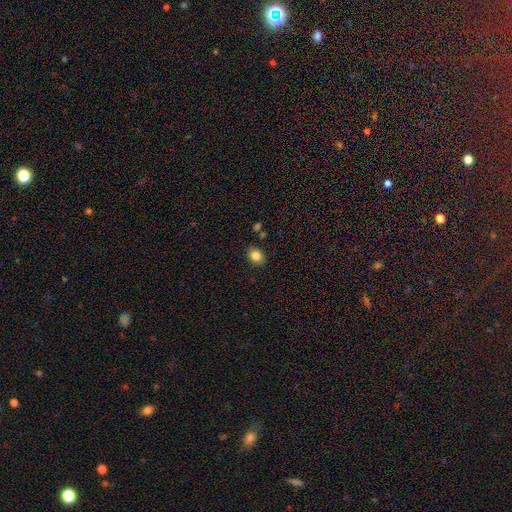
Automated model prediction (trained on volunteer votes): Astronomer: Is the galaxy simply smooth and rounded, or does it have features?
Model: smooth — 84%.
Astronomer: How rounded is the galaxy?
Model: in between — 53% (runner-up: round, 46%).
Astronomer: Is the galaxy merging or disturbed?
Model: none — 84%.